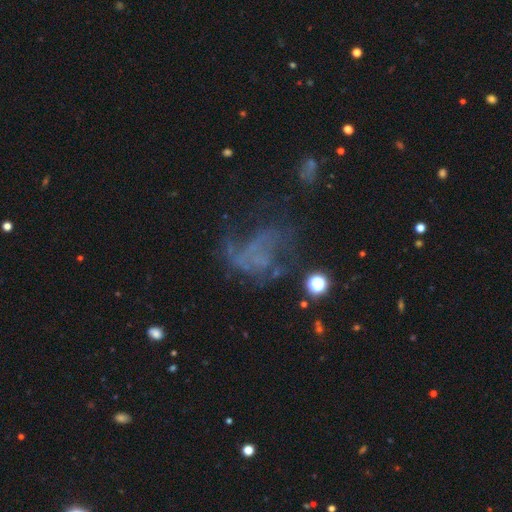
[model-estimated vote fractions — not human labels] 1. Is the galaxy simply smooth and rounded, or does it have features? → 56% featured or disk, 25% star or artifact, 19% smooth.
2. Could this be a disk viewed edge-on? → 97% no, 3% yes.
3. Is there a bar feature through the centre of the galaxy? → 85% no, 11% weak, 4% strong.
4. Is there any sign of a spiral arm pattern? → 63% no, 37% yes.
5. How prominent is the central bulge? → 82% none, 11% small, 4% moderate, 2% large, 1% dominant.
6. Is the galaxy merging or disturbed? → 46% major disturbance, 31% none, 16% minor disturbance, 7% merger.